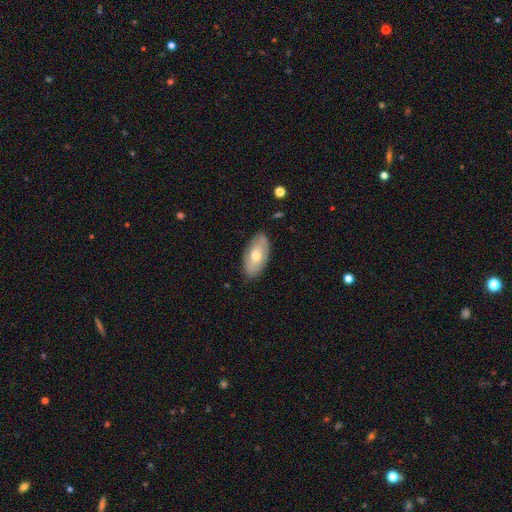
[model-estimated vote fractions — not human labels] The model was most divided on "smooth or featured": smooth: 57%, featured or disk: 37%, star or artifact: 6%. More confident: how rounded — in between (94%); merging — none (81%).